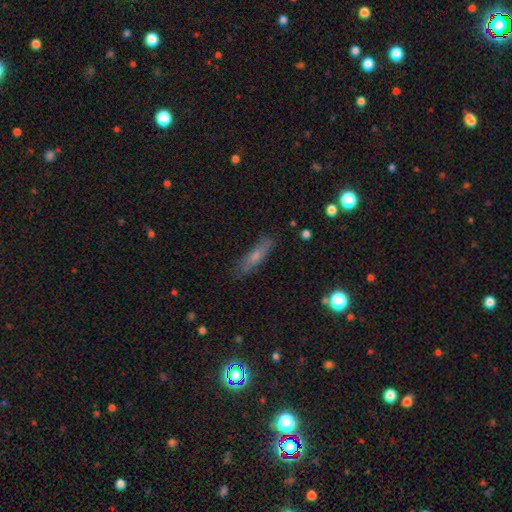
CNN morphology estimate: smooth 59%, featured or disk 31%, star or artifact 10%. Down the decision tree: how rounded — cigar-shaped (71%); merging — none (79%).